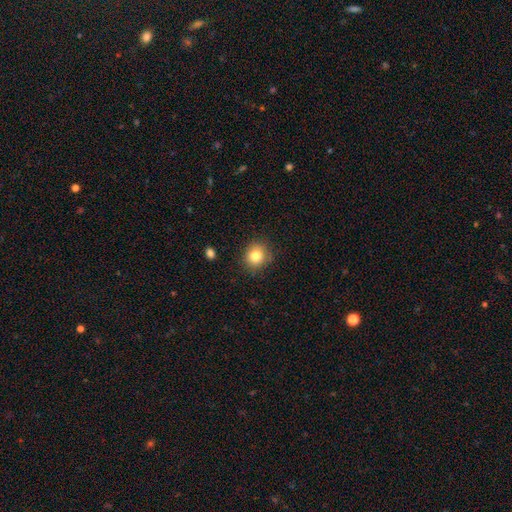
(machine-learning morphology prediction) Smooth or featured: smooth — 82% (star or artifact — 10%)
How rounded: round — 84% (in between — 15%)
Merging: none — 83% (minor disturbance — 12%)